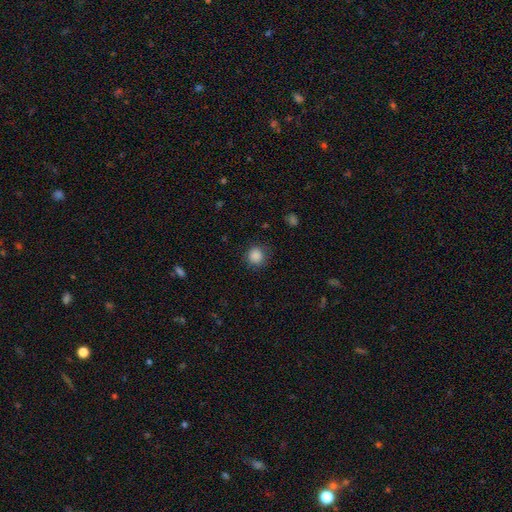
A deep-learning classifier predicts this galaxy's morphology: Q: Smooth or featured?
A: smooth (87%); runner-up: star or artifact (10%)
Q: How rounded?
A: round (90%); runner-up: in between (9%)
Q: Merging?
A: none (83%); runner-up: minor disturbance (12%)